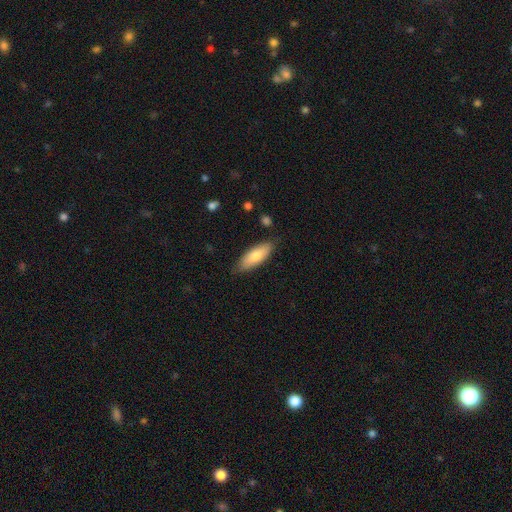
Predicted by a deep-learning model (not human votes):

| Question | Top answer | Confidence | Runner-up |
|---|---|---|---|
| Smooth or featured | smooth | 79% | featured or disk (15%) |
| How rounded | in between | 68% | cigar-shaped (31%) |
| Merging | none | 80% | minor disturbance (16%) |